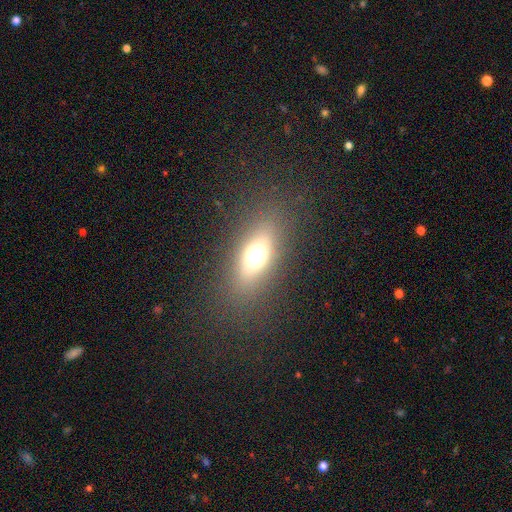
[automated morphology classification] A smooth galaxy with no disk features (56%) that is in between round and cigar-shaped (74%). Merging: none (83%).